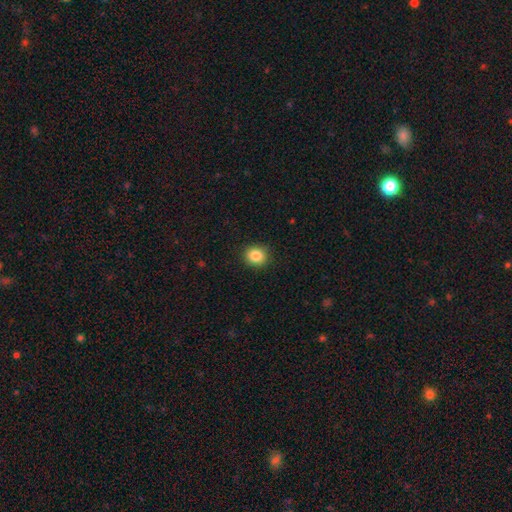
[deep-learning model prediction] smooth 86%, star or artifact 10%, featured or disk 4%. Down the decision tree: how rounded — round (80%); merging — none (89%).